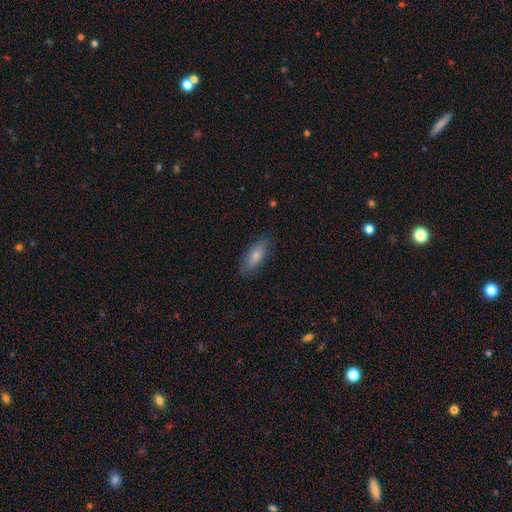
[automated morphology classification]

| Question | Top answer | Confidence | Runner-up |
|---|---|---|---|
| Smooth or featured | smooth | 79% | featured or disk (15%) |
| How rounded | in between | 79% | cigar-shaped (19%) |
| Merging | none | 80% | minor disturbance (15%) |